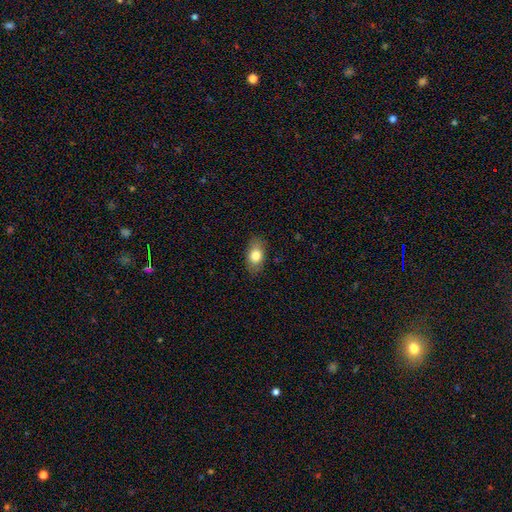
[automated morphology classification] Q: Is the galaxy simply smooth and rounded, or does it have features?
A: smooth — 79%.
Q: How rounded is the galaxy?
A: in between — 87%.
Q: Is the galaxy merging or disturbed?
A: none — 85%.